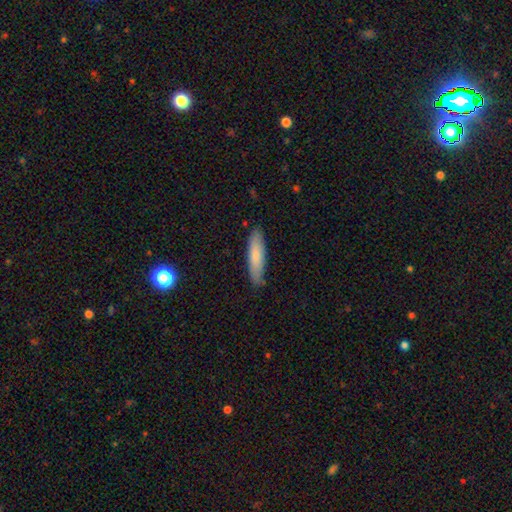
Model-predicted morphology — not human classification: Overall: smooth (79%). How rounded: cigar-shaped (76%). Merging: none (86%).